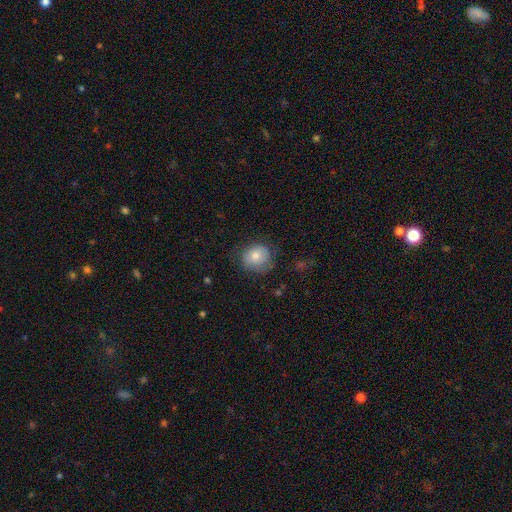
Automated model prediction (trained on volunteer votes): The model was most divided on "merging": none: 68%, minor disturbance: 23%, major disturbance: 8%, merger: 1%. More confident: how rounded — round (79%); smooth or featured — smooth (75%).